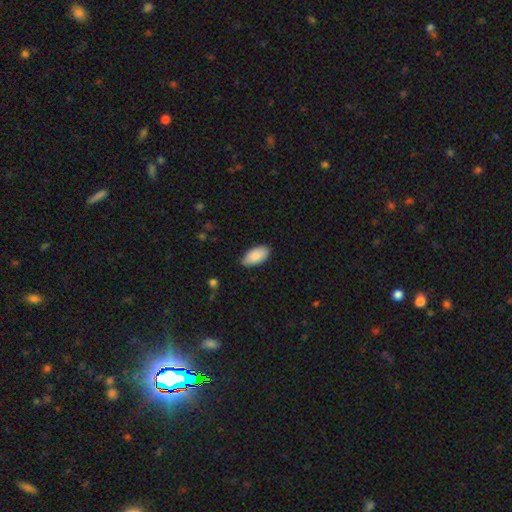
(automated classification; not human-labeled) Overall: smooth (87%). How rounded: in between (95%). Merging: none (85%).